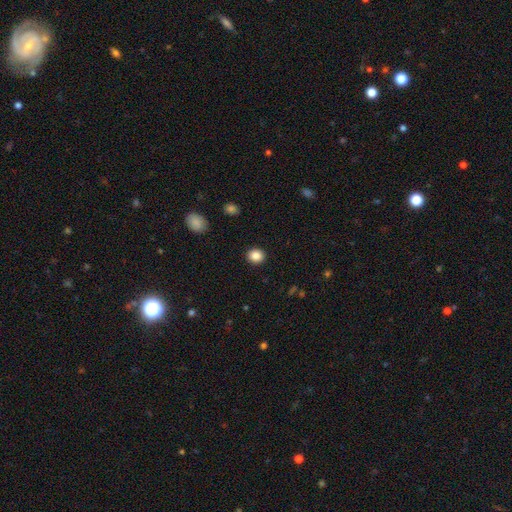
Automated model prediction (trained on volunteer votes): This is clearly a smooth galaxy (86%). How rounded: likely round (78%). Merging: clearly none (91%).